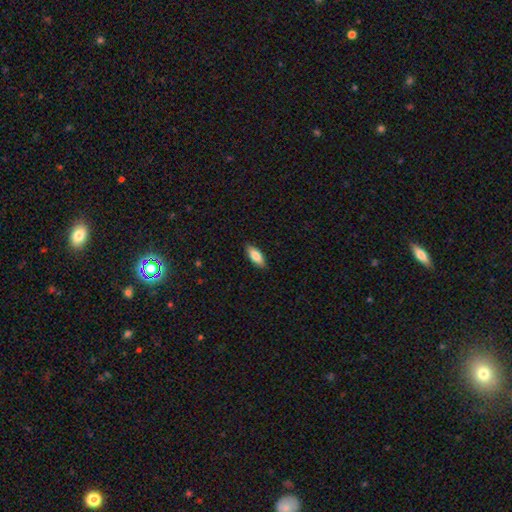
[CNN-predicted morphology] This appears to be a smooth galaxy with no disk features (81%) that is in between round and cigar-shaped (73%). Merging: none (88%).